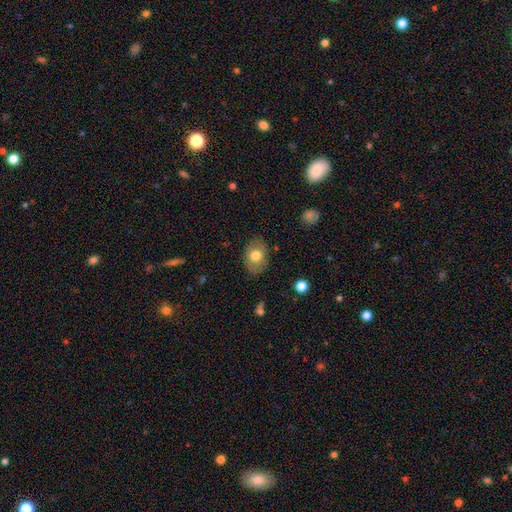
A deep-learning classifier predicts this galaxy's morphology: This is likely a smooth galaxy (74%). How rounded: likely in between (68%). Merging: clearly none (83%).